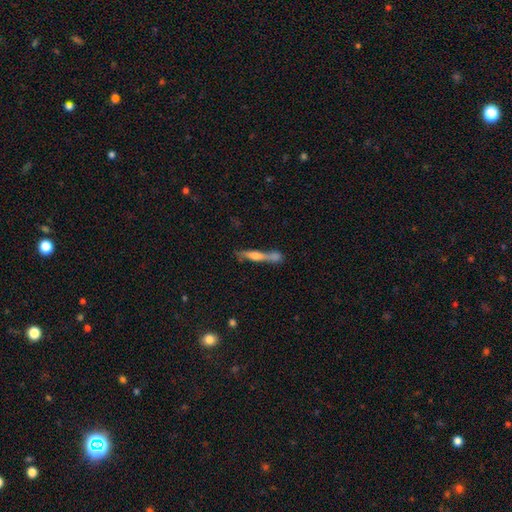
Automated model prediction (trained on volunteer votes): A featured or disk galaxy (50%) viewed edge-on (88%). Merging: none (48%).